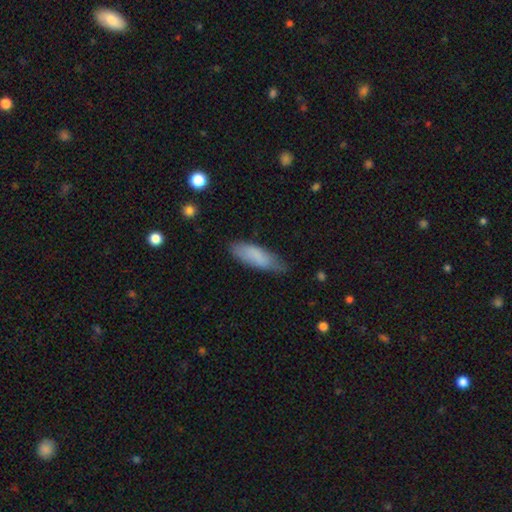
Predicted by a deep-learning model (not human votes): A smooth galaxy with no disk features (83%) that is in between round and cigar-shaped (57%). Merging: none (68%).